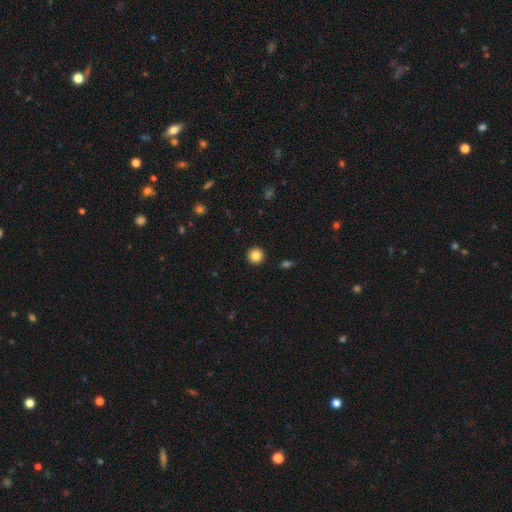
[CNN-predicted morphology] type=smooth (85%); roundness=round (95%); merging=none (93%).